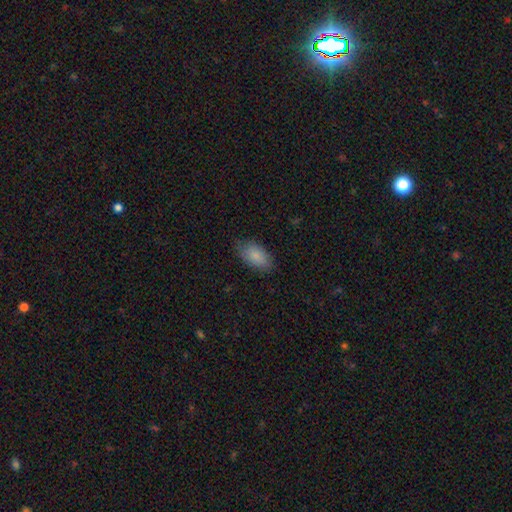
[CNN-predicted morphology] Smooth or featured: smooth — 86% (featured or disk — 7%)
How rounded: in between — 93% (round — 4%)
Merging: none — 76% (minor disturbance — 19%)